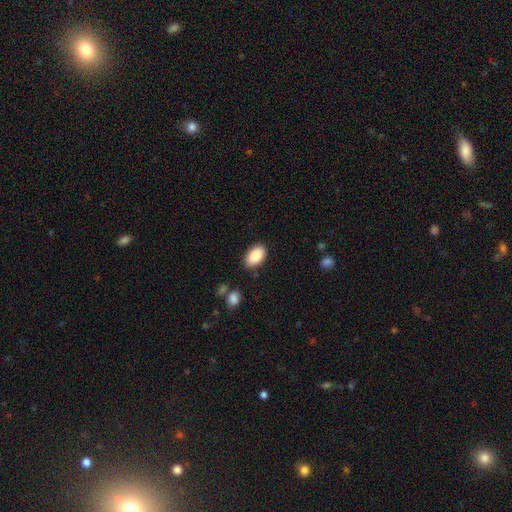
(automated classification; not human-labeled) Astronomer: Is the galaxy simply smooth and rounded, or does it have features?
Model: smooth — 87%.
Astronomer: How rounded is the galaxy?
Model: in between — 93%.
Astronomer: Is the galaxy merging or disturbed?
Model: none — 84%.